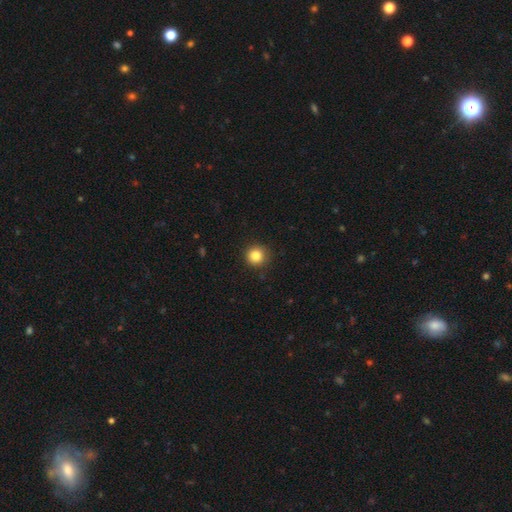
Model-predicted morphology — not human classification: smooth-or-featured: smooth: 84% | star or artifact: 11% | featured or disk: 5%
  how-rounded: round: 94% | in between: 5% | cigar-shaped: 1%
  merging: none: 90% | minor disturbance: 7% | major disturbance: 2% | merger: 1%